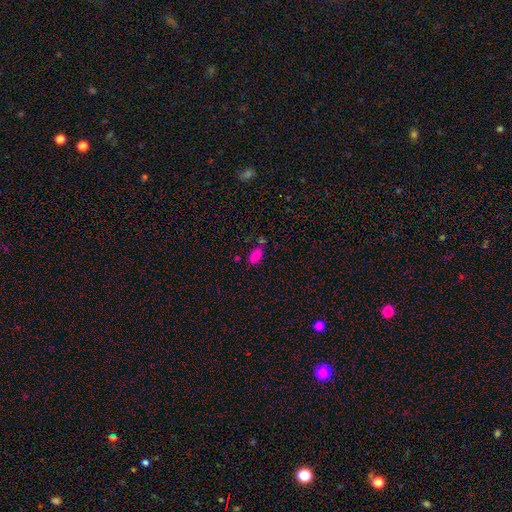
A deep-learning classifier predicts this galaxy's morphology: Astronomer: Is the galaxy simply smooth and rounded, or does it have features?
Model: smooth — 81%.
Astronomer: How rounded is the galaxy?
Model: in between — 91%.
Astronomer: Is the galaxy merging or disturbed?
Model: none — 64%.